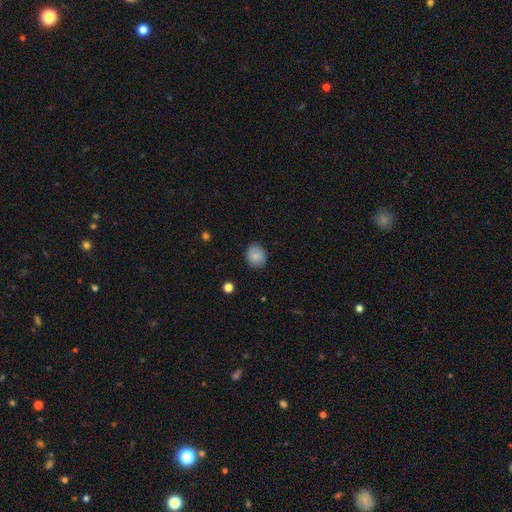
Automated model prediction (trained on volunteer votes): Smooth or featured? Predicted: smooth (p=0.79). How rounded? Predicted: round (p=0.68). Merging? Predicted: none (p=0.84).